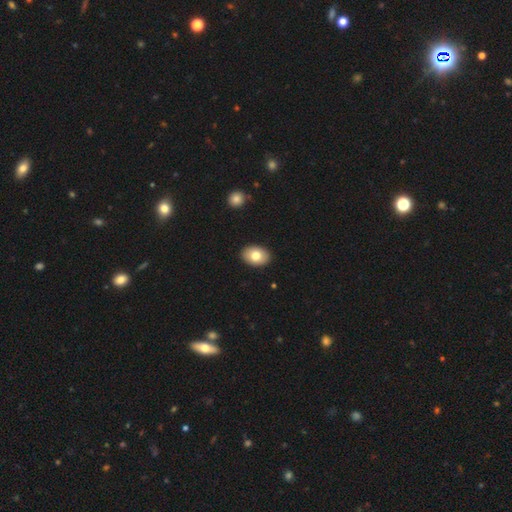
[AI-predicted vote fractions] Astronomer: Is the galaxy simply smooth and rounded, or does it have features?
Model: smooth — 79%.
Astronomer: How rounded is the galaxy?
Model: in between — 83%.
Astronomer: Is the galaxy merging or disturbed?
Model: none — 91%.